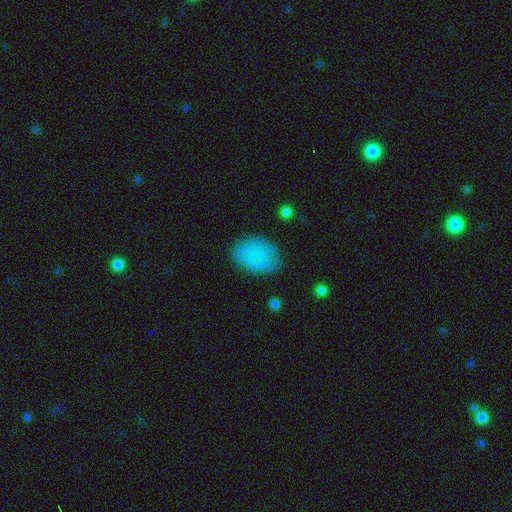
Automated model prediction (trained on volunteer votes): Smooth or featured? Predicted: smooth (p=0.82). How rounded? Predicted: in between (p=0.80). Merging? Predicted: none (p=0.76).